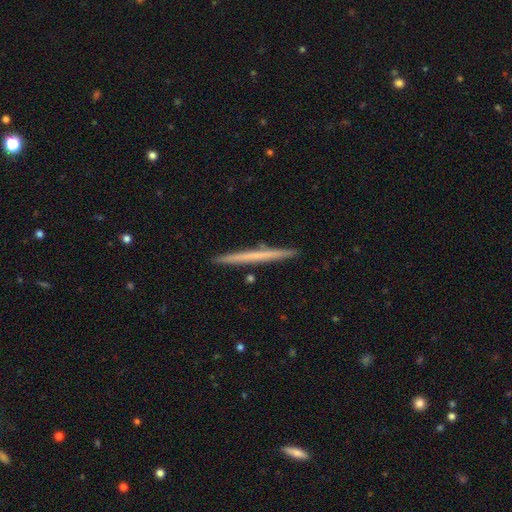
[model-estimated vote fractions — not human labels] Smooth or featured? Predicted: smooth (p=0.48). Merging? Predicted: none (p=0.92).